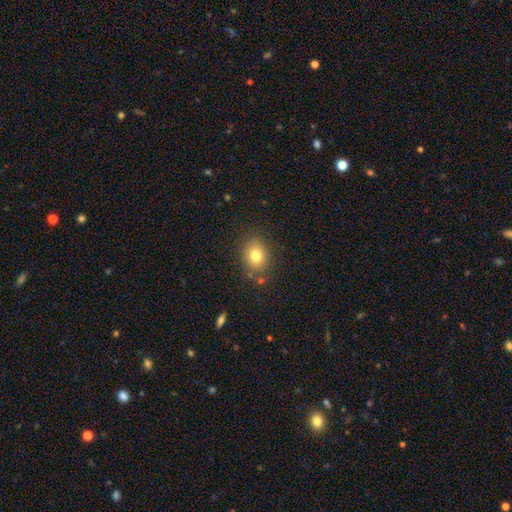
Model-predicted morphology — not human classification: smooth_or_featured: smooth (p=0.79) [alt: star or artifact p=0.11]
how_rounded: in between (p=0.50) [alt: round p=0.49]
merging: none (p=0.80) [alt: minor disturbance p=0.13]